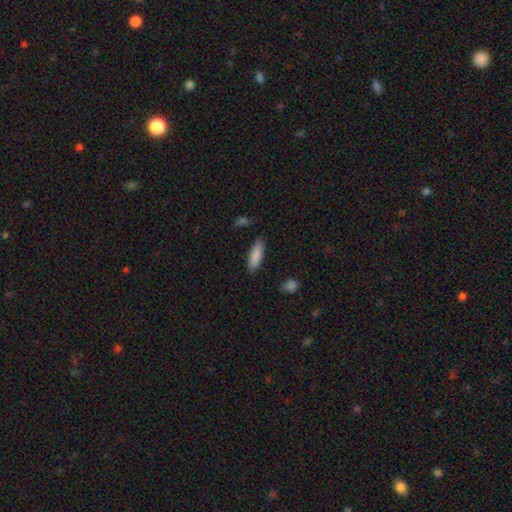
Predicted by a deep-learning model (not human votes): Smooth or featured? Predicted: smooth (p=0.86). How rounded? Predicted: in between (p=0.52). Merging? Predicted: none (p=0.84).